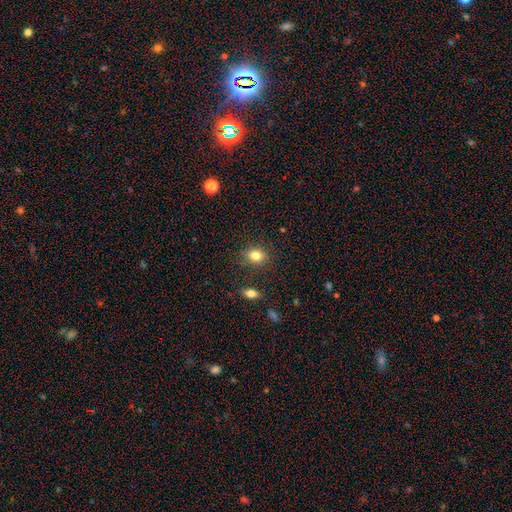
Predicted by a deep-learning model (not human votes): Smooth or featured: smooth — 82% (star or artifact — 11%)
How rounded: in between — 52% (round — 46%)
Merging: none — 83% (minor disturbance — 11%)